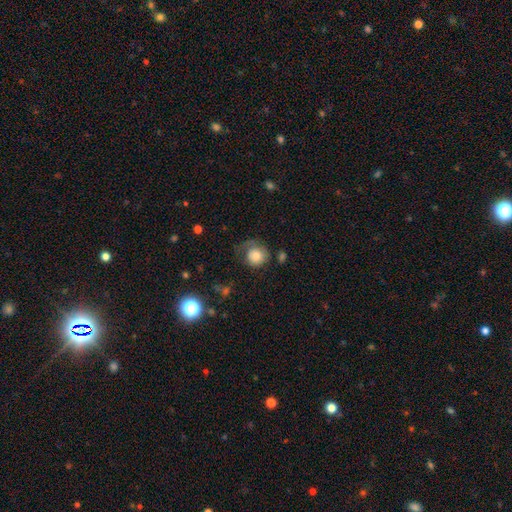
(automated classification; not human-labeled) This is likely a smooth galaxy (69%). How rounded: clearly round (85%). Merging: marginally none (44%).